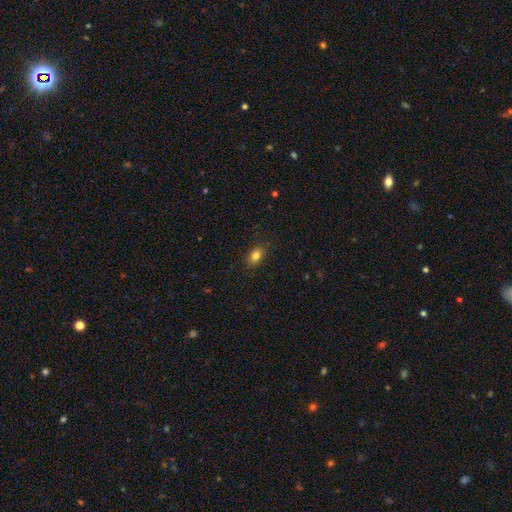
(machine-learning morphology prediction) type=smooth (82%); roundness=in between (71%); merging=none (85%).